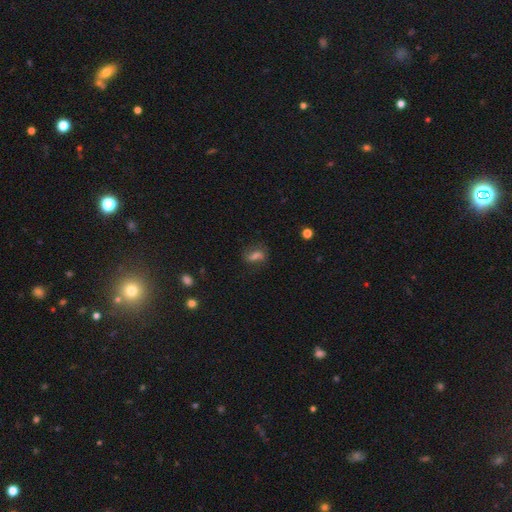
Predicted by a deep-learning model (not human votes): Smooth or featured?
  - smooth: 54% *
  - featured or disk: 32%
  - star or artifact: 14%
How rounded?
  - in between: 70% *
  - cigar-shaped: 16%
  - round: 15%
Merging?
  - none: 66% *
  - minor disturbance: 20%
  - major disturbance: 10%
  - merger: 4%